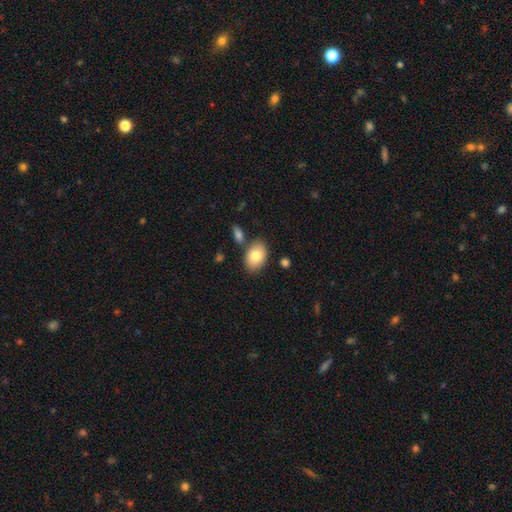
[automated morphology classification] Smooth or featured?
  - smooth: 79% *
  - featured or disk: 14%
  - star or artifact: 7%
How rounded?
  - in between: 86% *
  - round: 12%
  - cigar-shaped: 1%
Merging?
  - none: 78% *
  - minor disturbance: 11%
  - merger: 8%
  - major disturbance: 3%